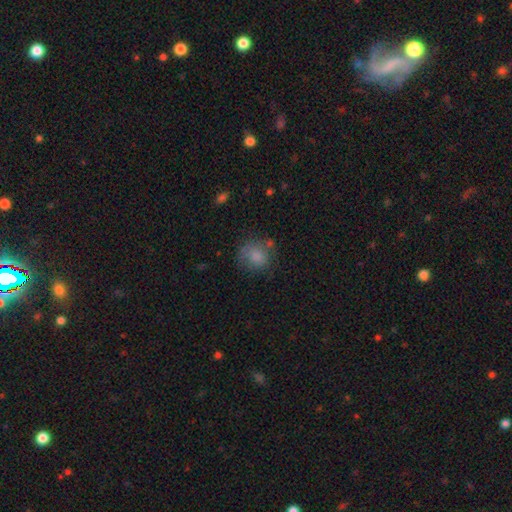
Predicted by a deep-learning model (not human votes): A smooth galaxy with no disk features (80%) that is round (79%). Merging: none (63%).